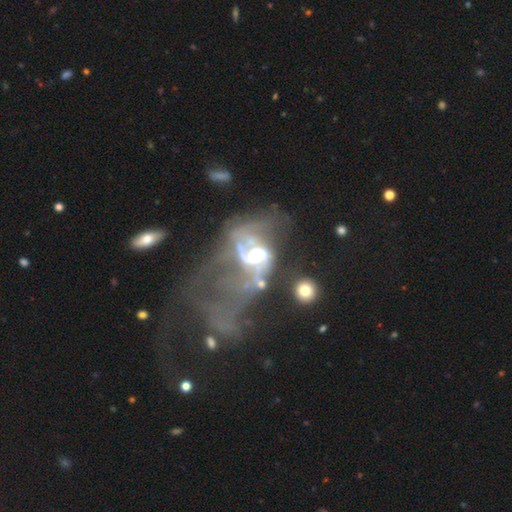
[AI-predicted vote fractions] The model was most divided on "spiral winding": loose: 45%, medium: 40%, tight: 15%. Remaining: edge-on disk — no (97%); spiral arms — yes (87%); smooth or featured — featured or disk (84%); spiral arm count — 2 (67%); bulge size — moderate (62%); bar — no (50%); merging — major disturbance (49%).